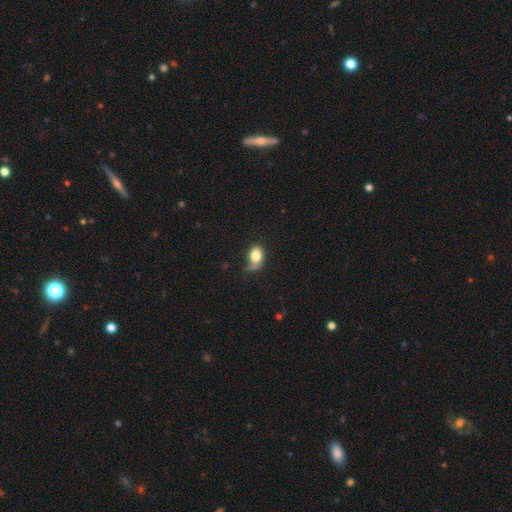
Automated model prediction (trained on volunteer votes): Smooth or featured? Predicted: smooth (p=0.78). How rounded? Predicted: in between (p=0.72). Merging? Predicted: none (p=0.43).